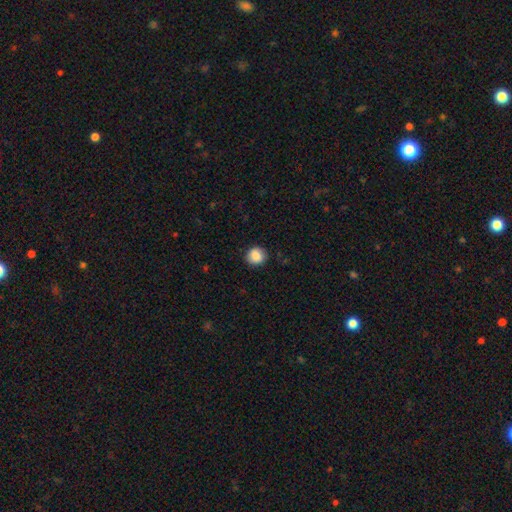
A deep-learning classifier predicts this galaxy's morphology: smooth-or-featured: smooth: 87% | star or artifact: 8% | featured or disk: 5%
  how-rounded: round: 85% | in between: 14% | cigar-shaped: 1%
  merging: none: 87% | minor disturbance: 9% | major disturbance: 2% | merger: 1%